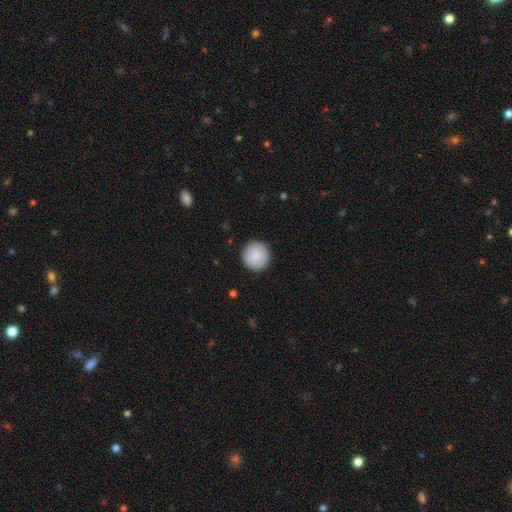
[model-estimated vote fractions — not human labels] This appears to be a smooth galaxy with no disk features (86%) that is round (96%). Merging: none (92%).